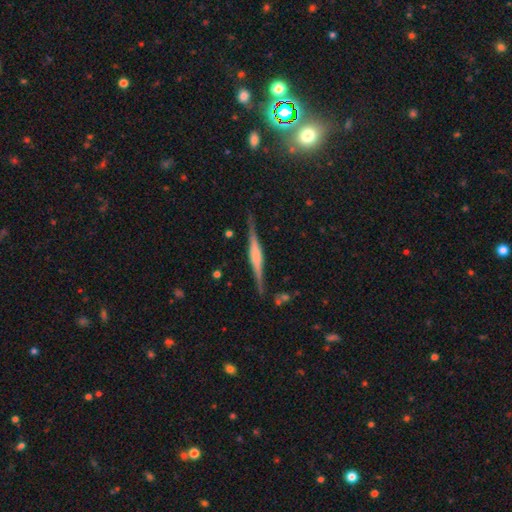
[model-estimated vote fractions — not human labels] Smooth or featured?
  - featured or disk: 77% *
  - smooth: 16%
  - star or artifact: 6%
Edge-on disk?
  - yes: 98% *
  - no: 2%
Edge-on bulge?
  - boxy: 47% *
  - rounded: 44%
  - none: 10%
Merging?
  - none: 86% *
  - minor disturbance: 10%
  - major disturbance: 2%
  - merger: 2%